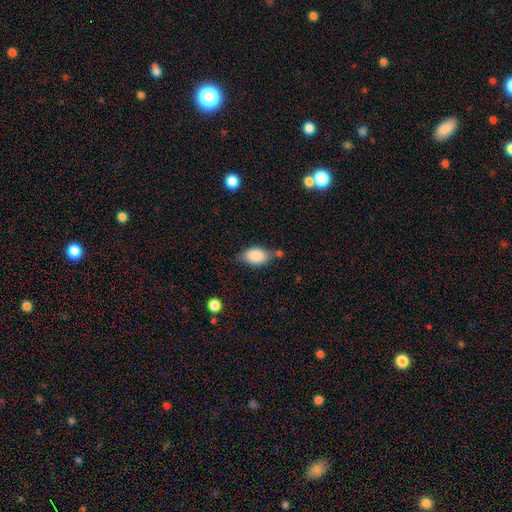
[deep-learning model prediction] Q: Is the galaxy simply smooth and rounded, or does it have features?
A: smooth — 85%.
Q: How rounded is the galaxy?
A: in between — 87%.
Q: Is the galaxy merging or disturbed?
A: none — 53%.